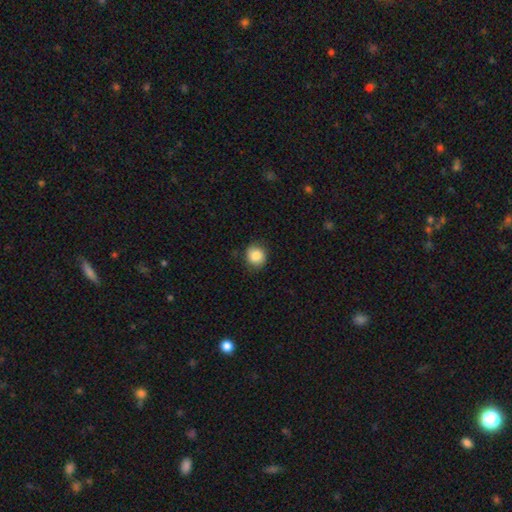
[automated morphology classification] smooth 86%, star or artifact 8%, featured or disk 6%. Down the decision tree: how rounded — round (84%); merging — none (82%).